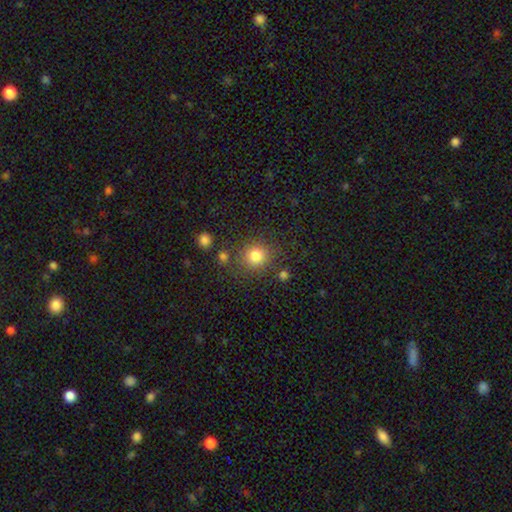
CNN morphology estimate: This appears to be a smooth galaxy with no disk features (81%) that is round (88%). Merging: none (81%).